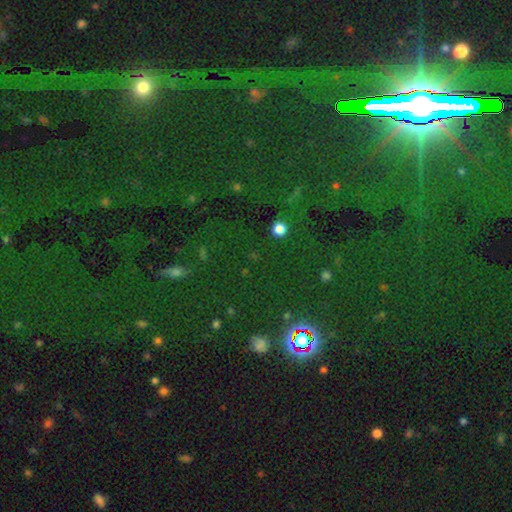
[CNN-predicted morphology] Smooth or featured: star or artifact — 81% (smooth — 11%)